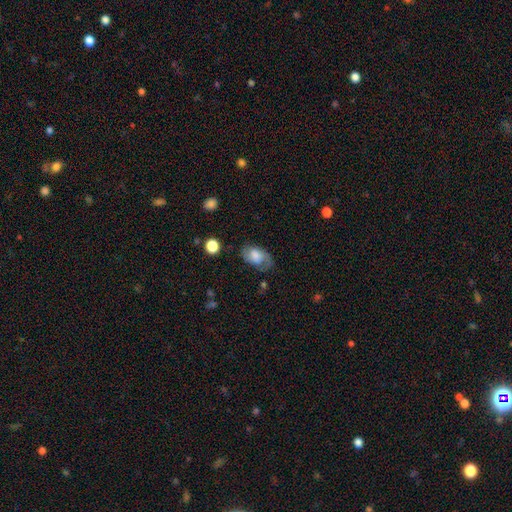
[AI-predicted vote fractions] smooth 53%, featured or disk 39%, star or artifact 8%. Down the decision tree: how rounded — in between (89%); merging — none (65%).